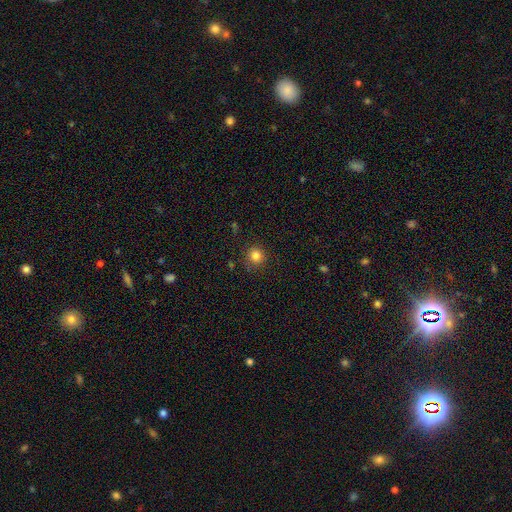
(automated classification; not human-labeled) smooth-or-featured: smooth: 83% | star or artifact: 12% | featured or disk: 5%
  how-rounded: round: 93% | in between: 6% | cigar-shaped: 1%
  merging: none: 85% | minor disturbance: 10% | major disturbance: 3% | merger: 1%